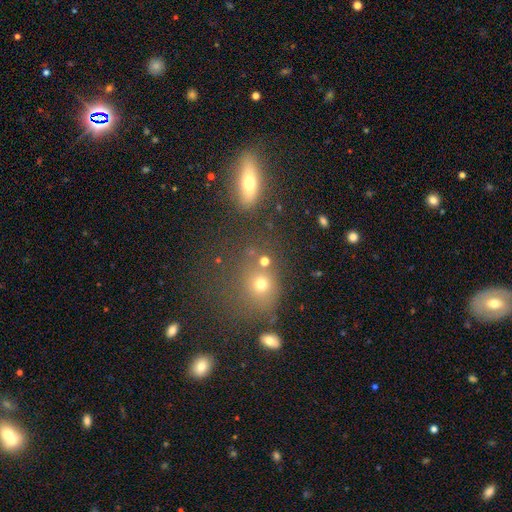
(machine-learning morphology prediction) Smooth or featured: smooth — 54% (star or artifact — 30%)
How rounded: round — 69% (in between — 27%)
Merging: none — 61% (merger — 18%)